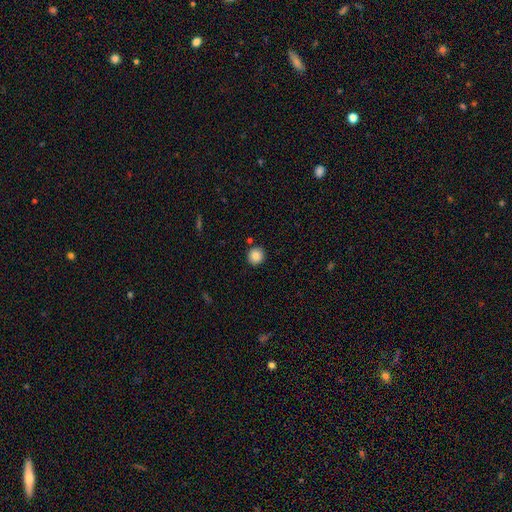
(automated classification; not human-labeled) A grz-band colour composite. It shows a smooth galaxy with no disk features (86%) that is round (92%). Merging: none (88%).